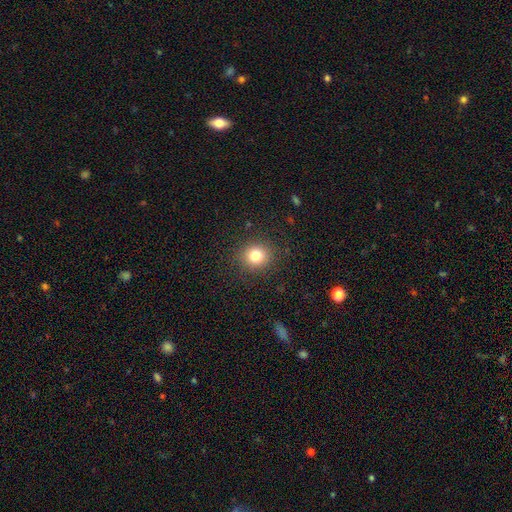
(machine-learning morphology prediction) Smooth or featured: smooth — 80% (star or artifact — 13%)
How rounded: round — 83% (in between — 16%)
Merging: none — 88% (minor disturbance — 8%)